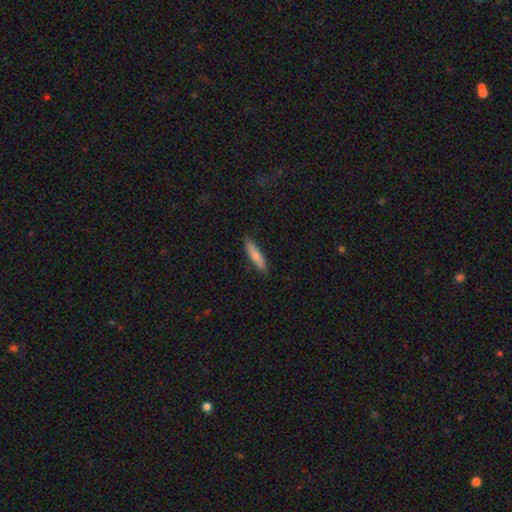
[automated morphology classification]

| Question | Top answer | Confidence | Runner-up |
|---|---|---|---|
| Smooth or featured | smooth | 74% | featured or disk (21%) |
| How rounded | cigar-shaped | 77% | in between (21%) |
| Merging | none | 84% | minor disturbance (13%) |